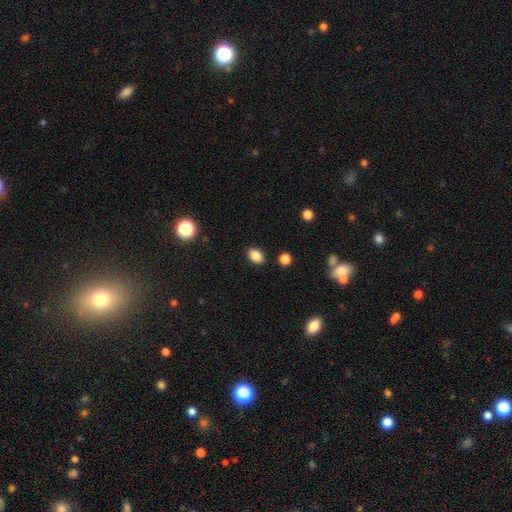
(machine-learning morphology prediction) Smooth or featured? smooth (86%)
How rounded? in between (83%)
Merging? none (88%)